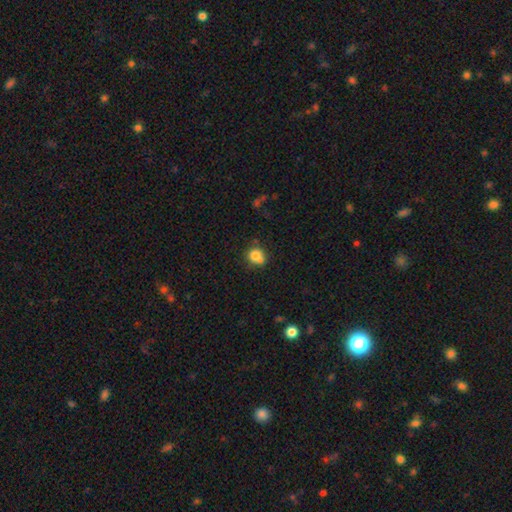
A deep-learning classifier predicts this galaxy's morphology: Smooth or featured? smooth (77%)
How rounded? round (77%)
Merging? none (48%)